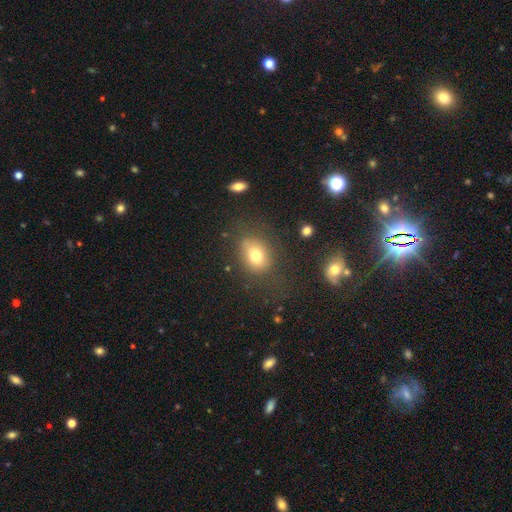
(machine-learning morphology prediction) This is likely a smooth galaxy (74%). How rounded: possibly in between (57%). Merging: likely none (71%).